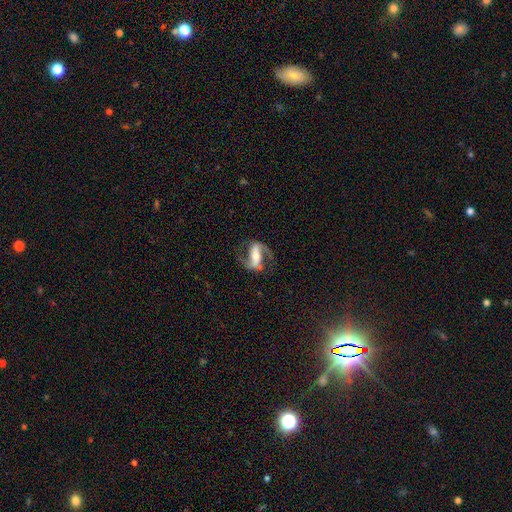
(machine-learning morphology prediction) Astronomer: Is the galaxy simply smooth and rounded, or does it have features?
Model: featured or disk — 85%.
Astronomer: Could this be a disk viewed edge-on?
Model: no — 93%.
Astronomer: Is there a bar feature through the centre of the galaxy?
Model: strong — 64%.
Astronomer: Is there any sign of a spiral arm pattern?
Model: yes — 94%.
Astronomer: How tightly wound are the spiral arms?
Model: medium — 47% (runner-up: loose, 39%).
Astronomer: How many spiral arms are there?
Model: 2 — 91%.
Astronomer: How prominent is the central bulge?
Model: moderate — 54% (runner-up: small, 31%).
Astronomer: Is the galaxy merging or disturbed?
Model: none — 74%.